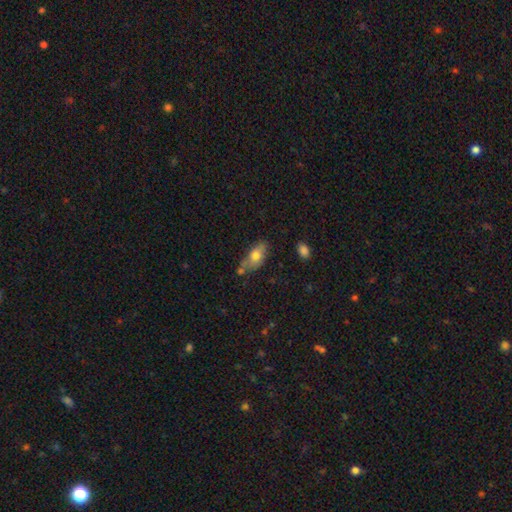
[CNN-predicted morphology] Q: Smooth or featured?
A: smooth (71%); runner-up: featured or disk (22%)
Q: How rounded?
A: in between (86%); runner-up: cigar-shaped (10%)
Q: Merging?
A: none (55%); runner-up: minor disturbance (25%)